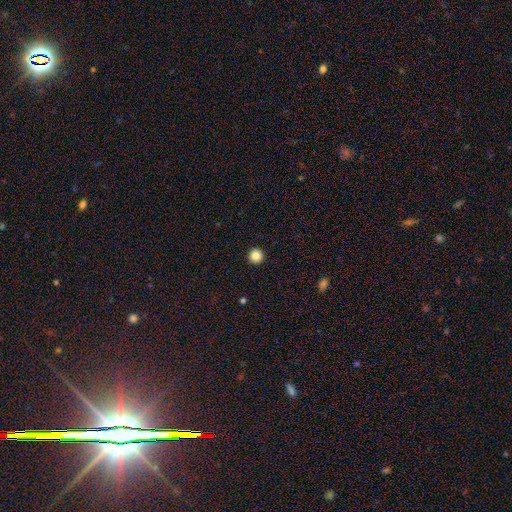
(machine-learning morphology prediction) Overall: smooth (86%). How rounded: round (97%). Merging: none (94%).